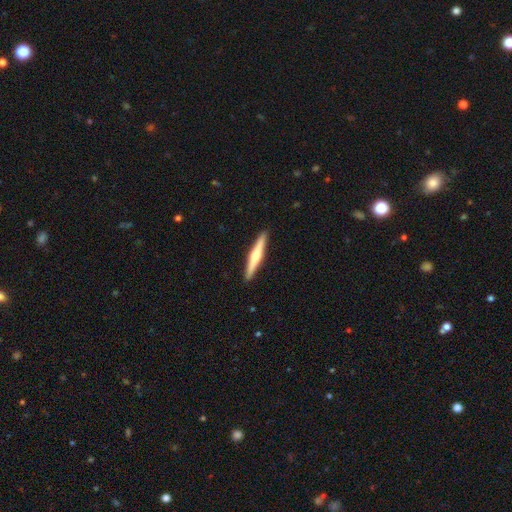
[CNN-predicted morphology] Q: Smooth or featured?
A: featured or disk (54%); runner-up: smooth (41%)
Q: Edge-on disk?
A: yes (98%); runner-up: no (2%)
Q: Edge-on bulge?
A: rounded (79%); runner-up: none (13%)
Q: Merging?
A: none (92%); runner-up: minor disturbance (6%)